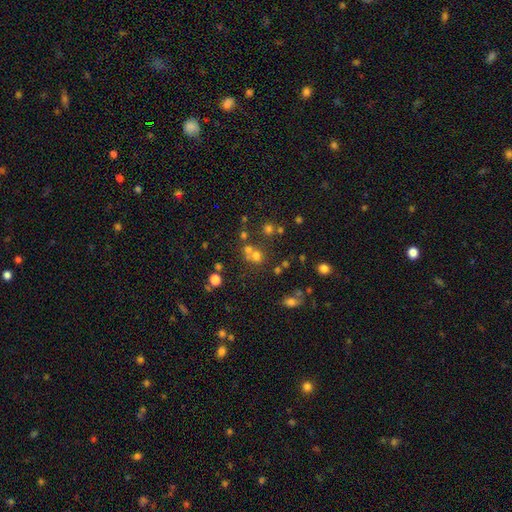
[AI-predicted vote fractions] Morphology: type=smooth (60%); roundness=round (81%); merging=none (50%).